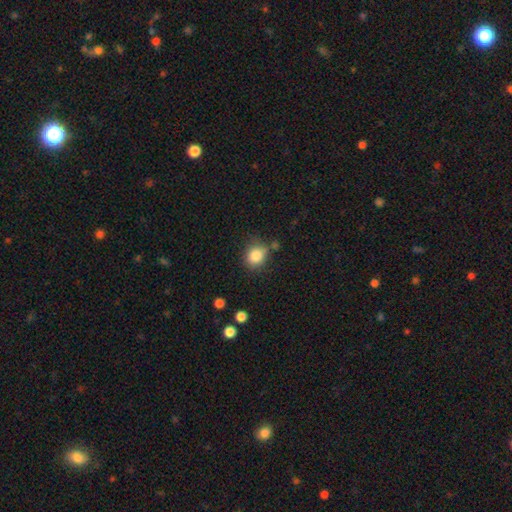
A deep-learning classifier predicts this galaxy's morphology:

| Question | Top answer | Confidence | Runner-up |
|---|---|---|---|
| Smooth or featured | smooth | 85% | star or artifact (10%) |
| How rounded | round | 72% | in between (27%) |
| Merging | none | 73% | minor disturbance (16%) |